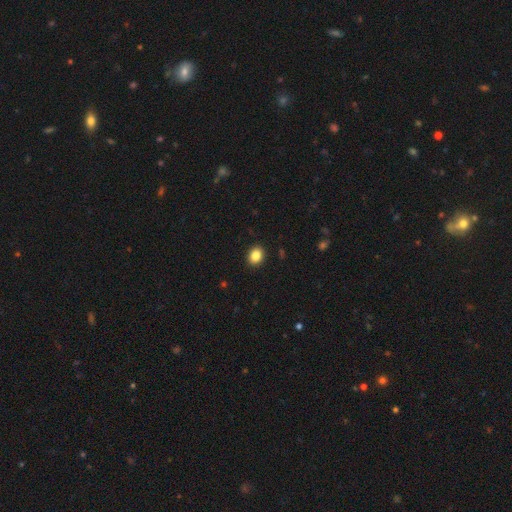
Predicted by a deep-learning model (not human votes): Smooth or featured: smooth — 86% (star or artifact — 10%)
How rounded: round — 52% (in between — 47%)
Merging: none — 91% (minor disturbance — 6%)